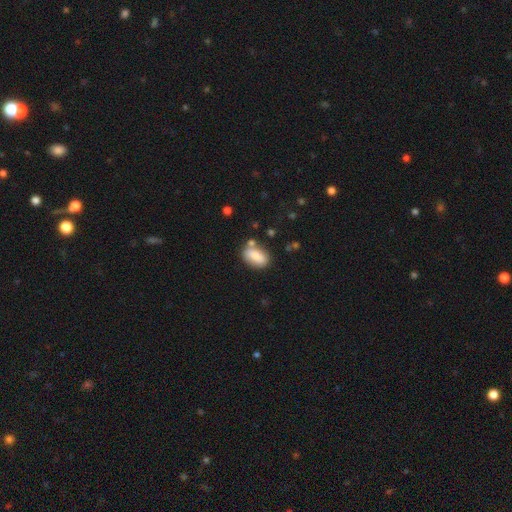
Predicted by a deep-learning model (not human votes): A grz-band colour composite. It shows a smooth galaxy with no disk features (78%) that is in between round and cigar-shaped (88%). Merging: none (70%).